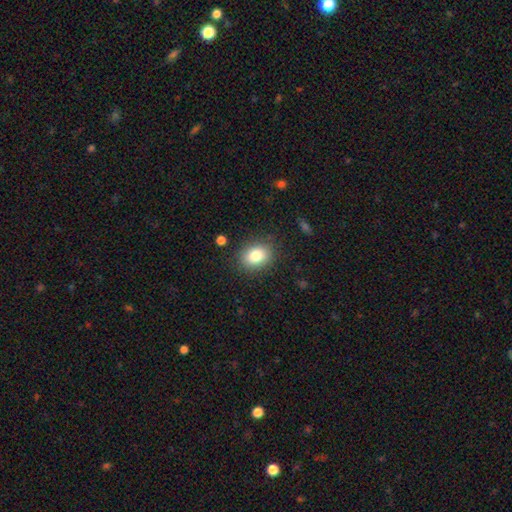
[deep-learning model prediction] Smooth or featured? smooth (83%)
How rounded? in between (55%)
Merging? none (86%)